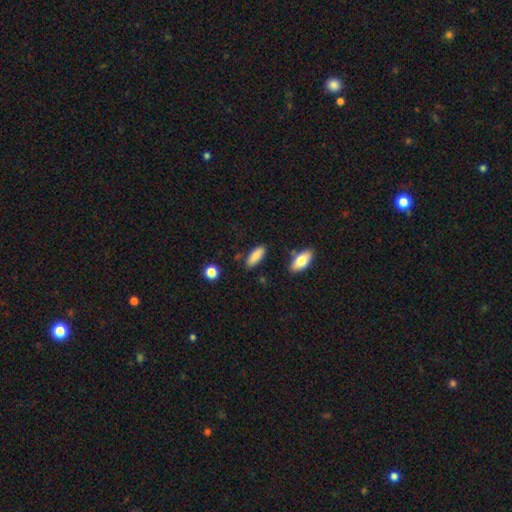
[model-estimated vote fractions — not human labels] smooth_or_featured: smooth (p=0.84) [alt: featured or disk p=0.09]
how_rounded: in between (p=0.73) [alt: cigar-shaped p=0.25]
merging: none (p=0.81) [alt: minor disturbance p=0.12]